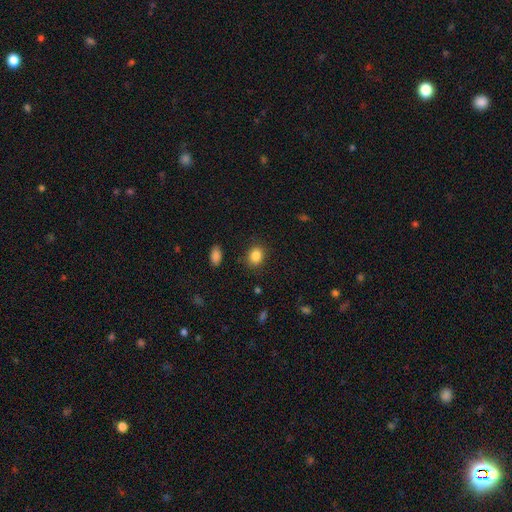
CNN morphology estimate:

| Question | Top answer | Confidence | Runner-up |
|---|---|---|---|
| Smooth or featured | smooth | 86% | star or artifact (10%) |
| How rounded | round | 51% | in between (48%) |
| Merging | none | 86% | minor disturbance (10%) |